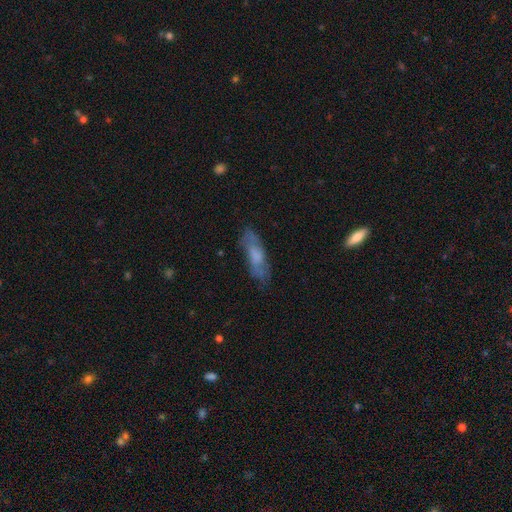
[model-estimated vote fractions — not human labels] smooth_or_featured: smooth (p=0.54) [alt: featured or disk p=0.39]
how_rounded: cigar-shaped (p=0.52) [alt: in between p=0.46]
merging: none (p=0.69) [alt: minor disturbance p=0.22]